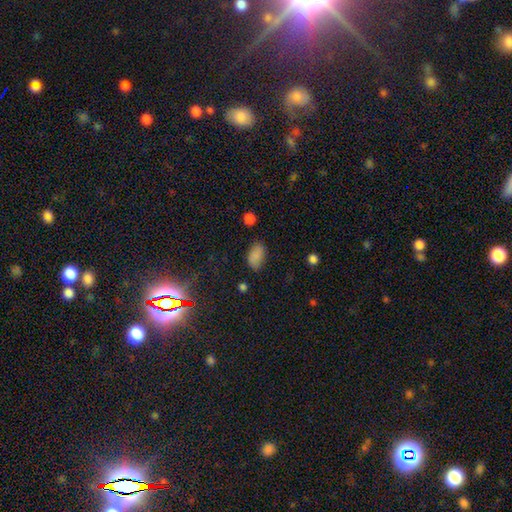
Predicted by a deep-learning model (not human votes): Smooth or featured?
  - smooth: 83% *
  - star or artifact: 11%
  - featured or disk: 6%
How rounded?
  - in between: 92% *
  - round: 6%
  - cigar-shaped: 2%
Merging?
  - none: 74% *
  - minor disturbance: 19%
  - major disturbance: 5%
  - merger: 2%